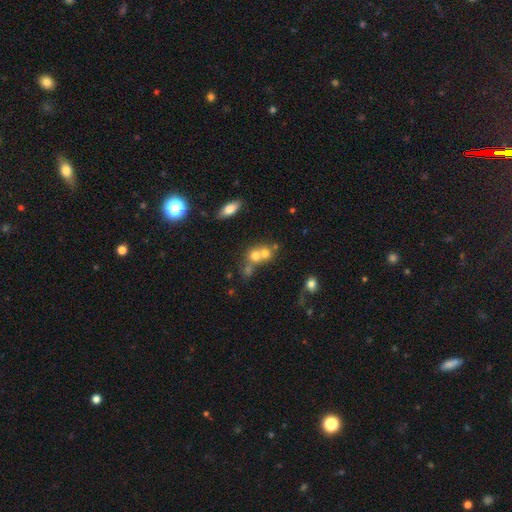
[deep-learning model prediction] Smooth or featured?
  - smooth: 65% *
  - featured or disk: 20%
  - star or artifact: 15%
How rounded?
  - round: 75% *
  - in between: 23%
  - cigar-shaped: 2%
Merging?
  - merger: 60% *
  - none: 29%
  - minor disturbance: 6%
  - major disturbance: 4%